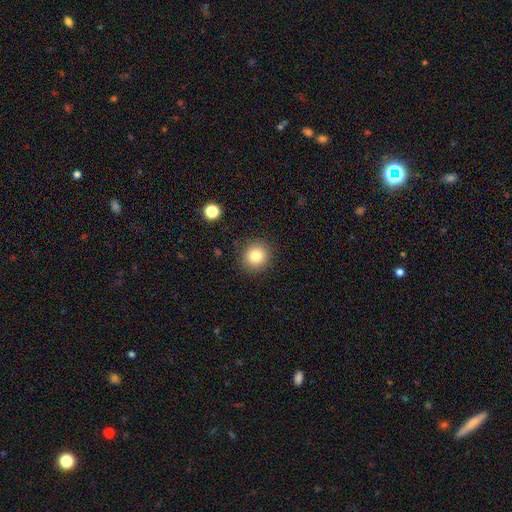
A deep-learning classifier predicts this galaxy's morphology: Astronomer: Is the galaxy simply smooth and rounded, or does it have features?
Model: smooth — 82%.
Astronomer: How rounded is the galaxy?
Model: round — 92%.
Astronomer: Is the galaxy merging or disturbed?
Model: none — 89%.